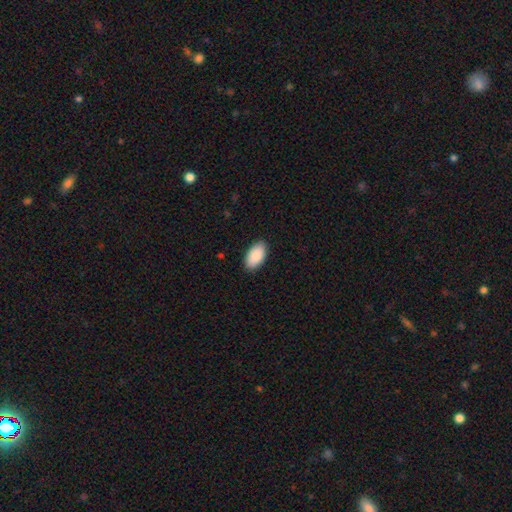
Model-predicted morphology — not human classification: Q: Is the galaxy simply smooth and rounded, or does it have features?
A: smooth — 91%.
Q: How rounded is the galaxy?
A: in between — 96%.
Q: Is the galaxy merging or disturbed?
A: none — 89%.